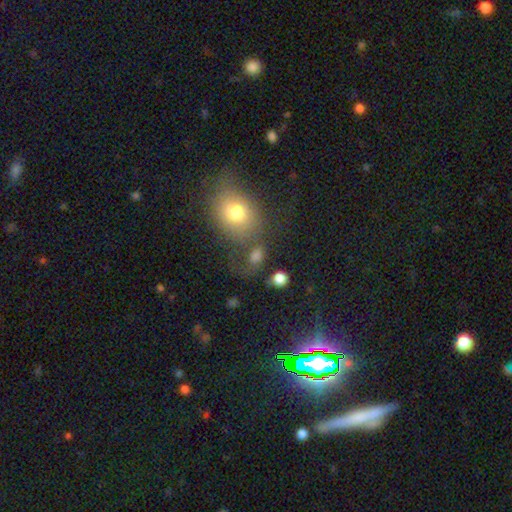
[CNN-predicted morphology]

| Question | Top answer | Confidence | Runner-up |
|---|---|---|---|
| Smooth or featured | smooth | 68% | star or artifact (18%) |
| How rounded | in between | 56% | round (41%) |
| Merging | none | 52% | merger (19%) |